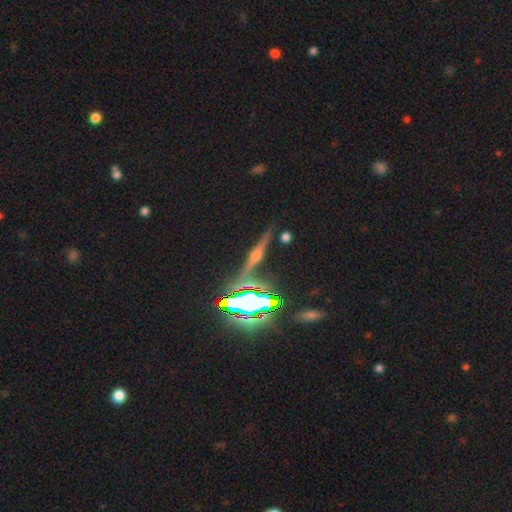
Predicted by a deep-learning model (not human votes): Smooth or featured? featured or disk (69%)
Edge-on disk? yes (93%)
Edge-on bulge? rounded (89%)
Merging? none (82%)